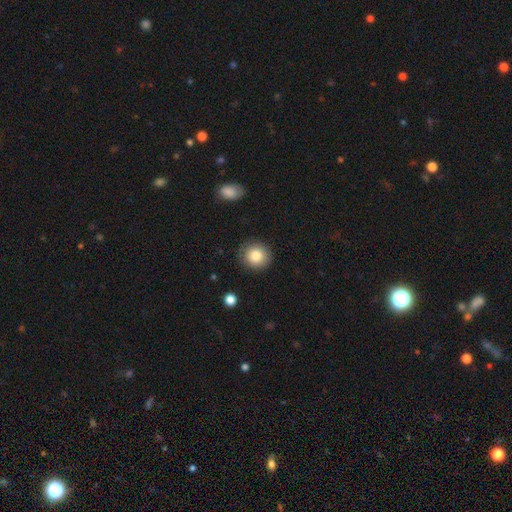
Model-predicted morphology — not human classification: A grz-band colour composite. It shows a smooth galaxy with no disk features (82%) that is round (89%). Merging: none (88%).